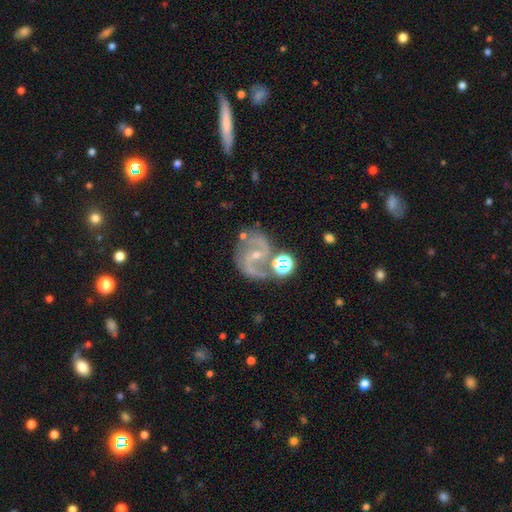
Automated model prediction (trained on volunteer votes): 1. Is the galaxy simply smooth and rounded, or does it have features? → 88% featured or disk, 7% star or artifact, 5% smooth.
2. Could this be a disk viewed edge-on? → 98% no, 2% yes.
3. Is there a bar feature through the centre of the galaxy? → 41% weak, 36% no, 23% strong.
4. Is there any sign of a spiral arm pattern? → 97% yes, 3% no.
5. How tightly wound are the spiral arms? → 58% medium, 22% loose, 19% tight.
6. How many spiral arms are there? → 91% 2, 3% can't tell, 2% 1, 2% 3, 1% 4, 1% more than 4.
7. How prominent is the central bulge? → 69% small, 26% moderate, 2% none, 1% large, 1% dominant.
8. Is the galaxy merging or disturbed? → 66% none, 17% minor disturbance, 10% merger, 8% major disturbance.